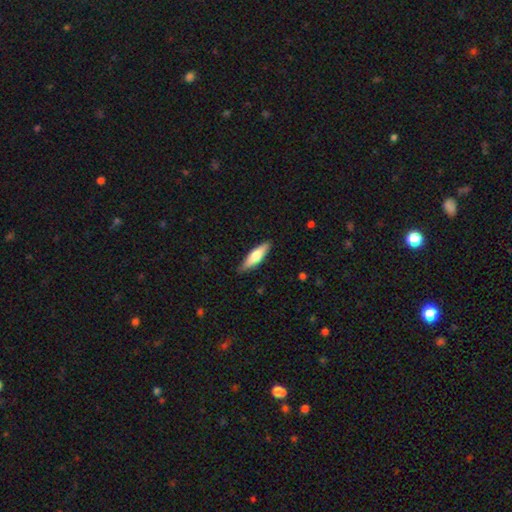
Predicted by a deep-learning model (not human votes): Smooth or featured?
  - smooth: 64% *
  - featured or disk: 31%
  - star or artifact: 5%
How rounded?
  - cigar-shaped: 61% *
  - in between: 38%
  - round: 2%
Merging?
  - none: 86% *
  - minor disturbance: 11%
  - major disturbance: 2%
  - merger: 1%